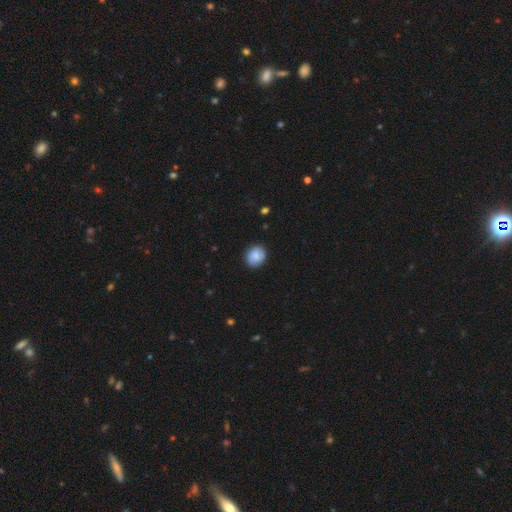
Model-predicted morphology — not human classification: smooth-or-featured: smooth: 81% | featured or disk: 11% | star or artifact: 8%
  how-rounded: round: 76% | in between: 23% | cigar-shaped: 1%
  merging: none: 88% | minor disturbance: 9% | major disturbance: 2% | merger: 1%